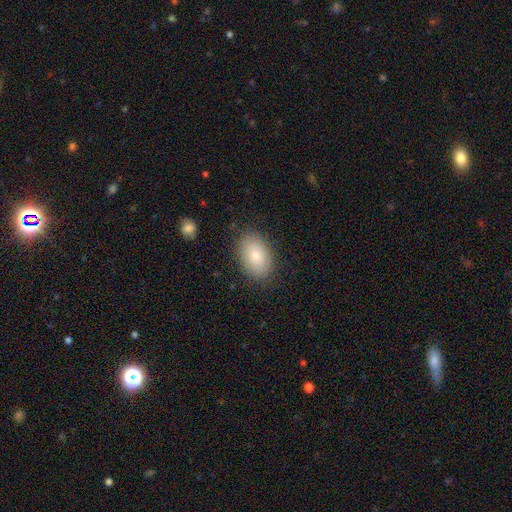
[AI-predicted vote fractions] A smooth galaxy with no disk features (82%) that is in between round and cigar-shaped (88%). Merging: none (86%).